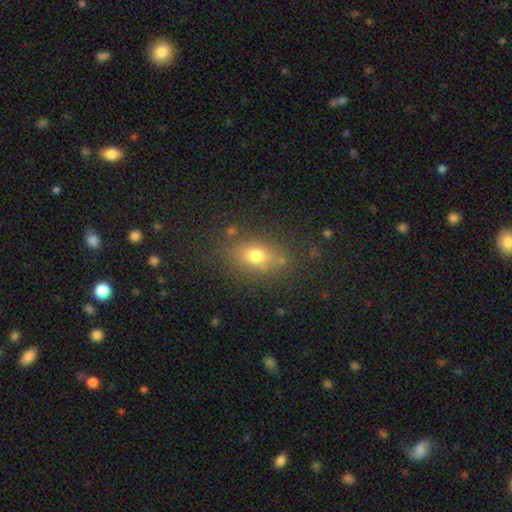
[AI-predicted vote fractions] Overall: smooth (74%). How rounded: in between (71%). Merging: none (75%).